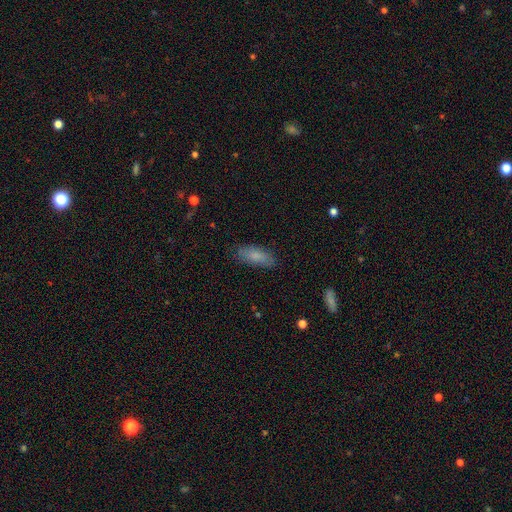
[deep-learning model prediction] Smooth or featured? Predicted: smooth (p=0.81). How rounded? Predicted: in between (p=0.73). Merging? Predicted: none (p=0.81).